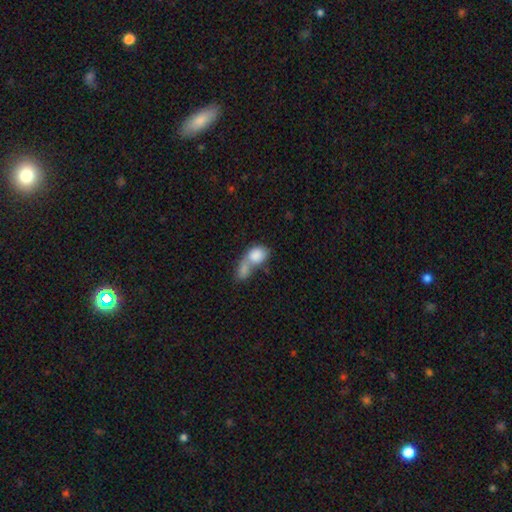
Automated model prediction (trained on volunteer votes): Smooth or featured? Predicted: smooth (p=0.81). How rounded? Predicted: in between (p=0.73). Merging? Predicted: merger (p=0.73).